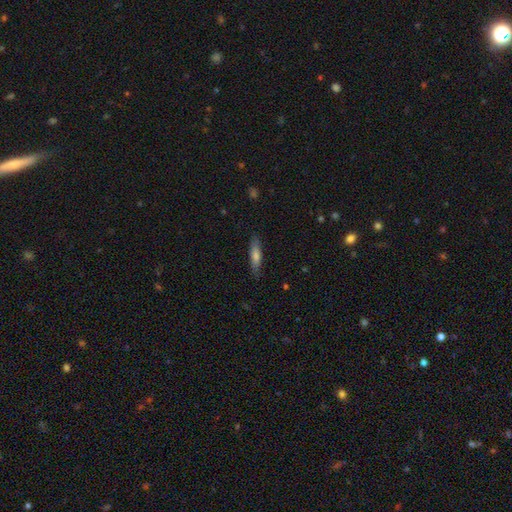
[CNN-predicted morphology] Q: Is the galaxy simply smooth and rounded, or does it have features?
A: smooth — 60%.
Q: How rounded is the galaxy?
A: cigar-shaped — 79%.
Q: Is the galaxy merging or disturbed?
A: none — 85%.